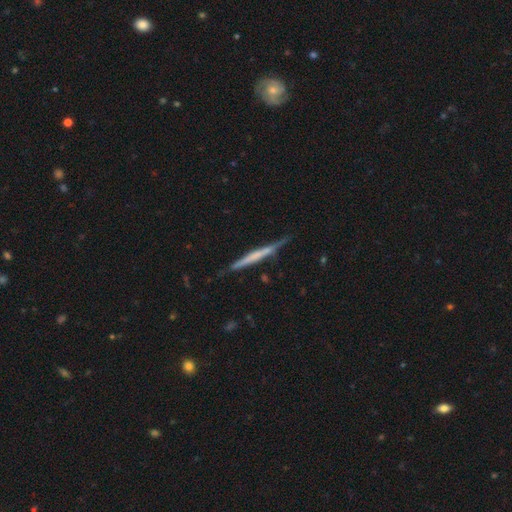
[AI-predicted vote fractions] A featured or disk galaxy (58%) viewed edge-on (97%) with no central bulge (70%). Merging: none (81%).